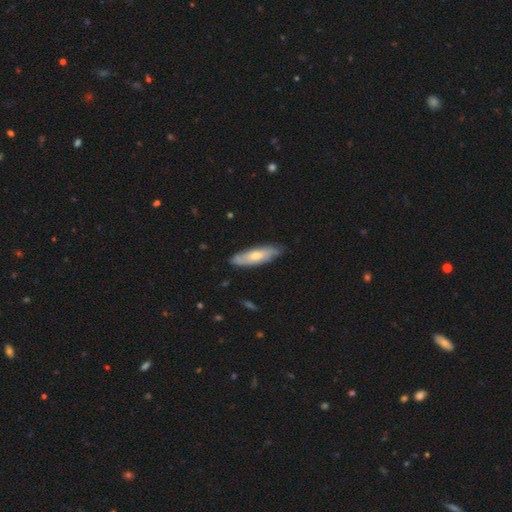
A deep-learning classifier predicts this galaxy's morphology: This is possibly a smooth galaxy (52%). How rounded: possibly cigar-shaped (59%). Merging: clearly none (82%).